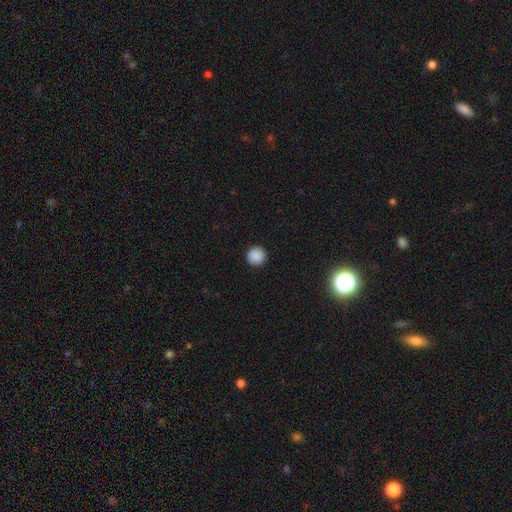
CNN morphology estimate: Smooth or featured? smooth (89%)
How rounded? round (95%)
Merging? none (92%)